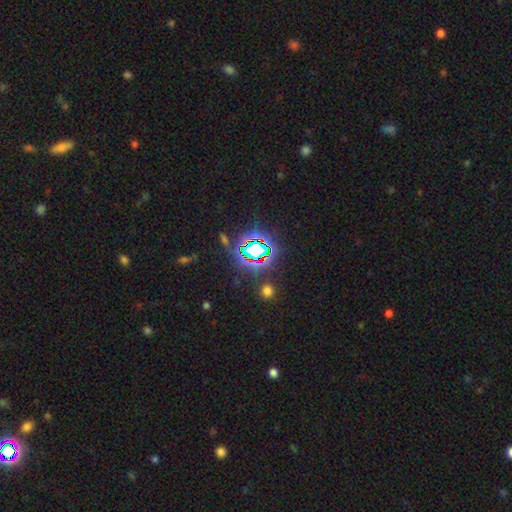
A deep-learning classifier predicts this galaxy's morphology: Q: Smooth or featured?
A: star or artifact (81%); runner-up: smooth (11%)